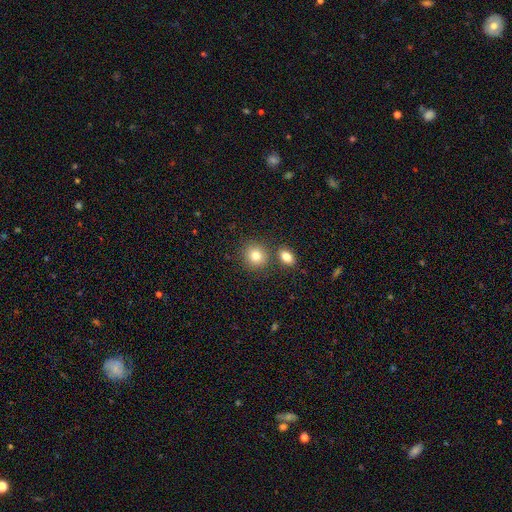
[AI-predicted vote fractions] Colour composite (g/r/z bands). It shows a smooth galaxy with no disk features (82%) that is round (82%). Merging: none (74%).